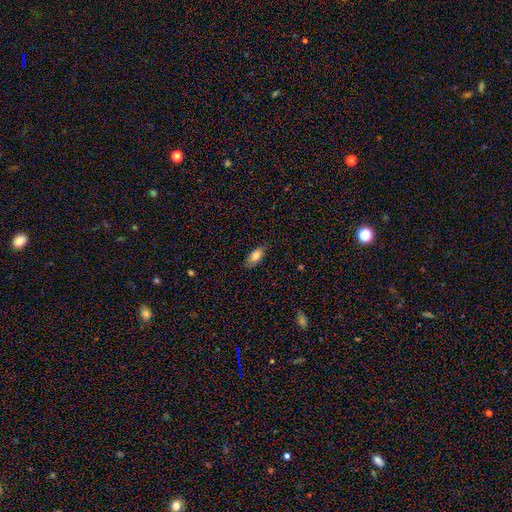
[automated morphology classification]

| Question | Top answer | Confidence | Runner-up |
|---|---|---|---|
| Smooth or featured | smooth | 81% | featured or disk (12%) |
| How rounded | in between | 89% | cigar-shaped (8%) |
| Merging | none | 81% | minor disturbance (15%) |